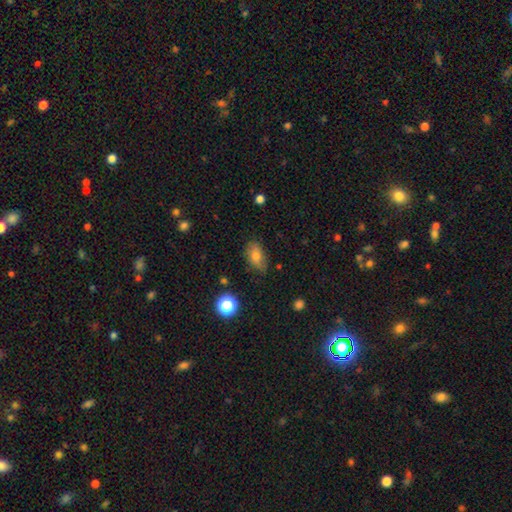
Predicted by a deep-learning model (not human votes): This is likely a smooth galaxy (76%). How rounded: clearly in between (85%). Merging: likely none (73%).